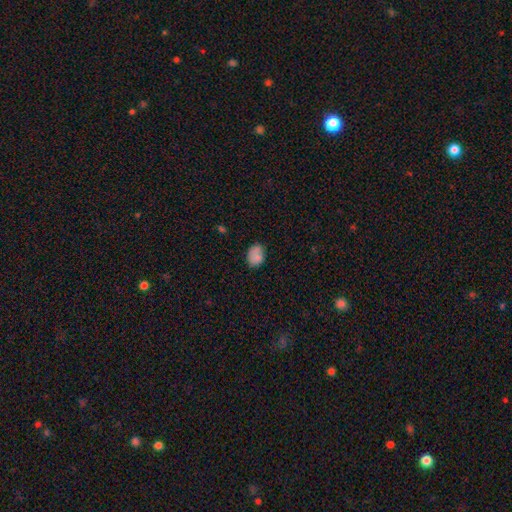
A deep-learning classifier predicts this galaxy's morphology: This appears to be a smooth galaxy with no disk features (80%) that is in between round and cigar-shaped (68%). Merging: none (58%).